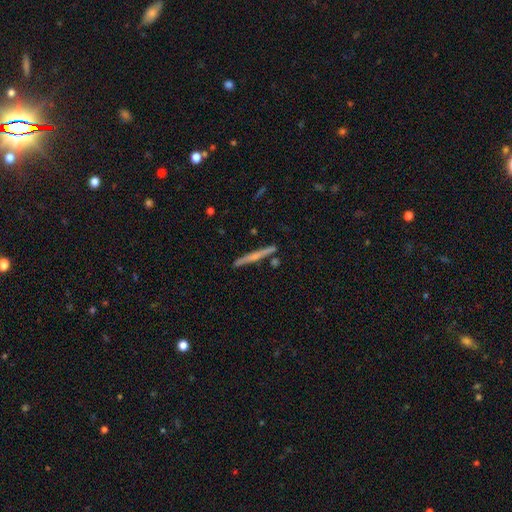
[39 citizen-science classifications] featured or disk 72%, smooth 26%, star or artifact 3%. Down the decision tree: edge-on disk — yes (96%); edge-on bulge — rounded (63%); merging — none (79%).